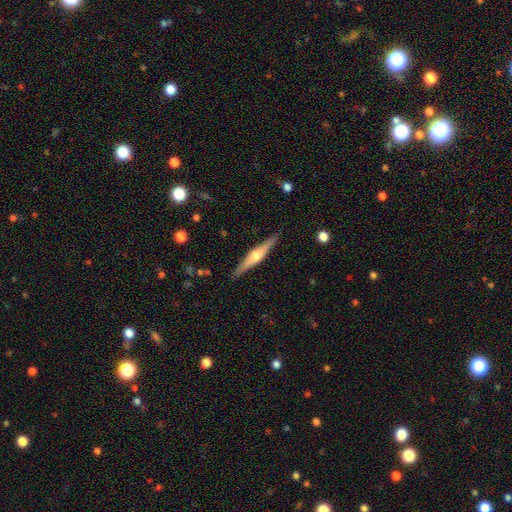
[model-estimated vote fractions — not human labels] Morphology: type=featured or disk (76%); edge-on=yes (98%); edge-on bulge=rounded (93%); merging=none (91%).